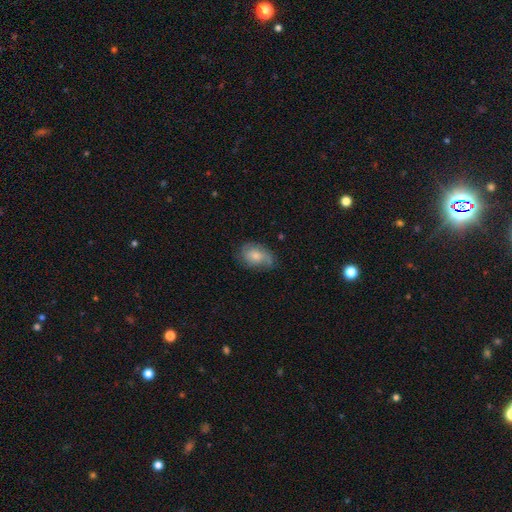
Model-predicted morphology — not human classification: smooth_or_featured: smooth (p=0.58) [alt: featured or disk p=0.34]
how_rounded: in between (p=0.78) [alt: round p=0.20]
merging: none (p=0.60) [alt: minor disturbance p=0.28]